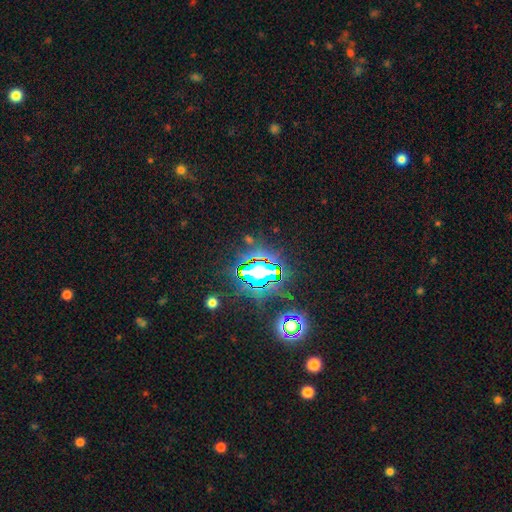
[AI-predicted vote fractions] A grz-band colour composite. It shows a star or artifact, not a galaxy (83%).